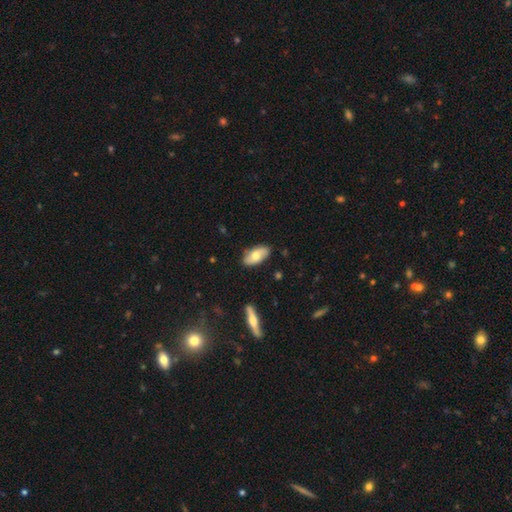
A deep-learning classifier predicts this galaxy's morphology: A smooth galaxy with no disk features (62%) that is in between round and cigar-shaped (90%). Merging: none (83%).